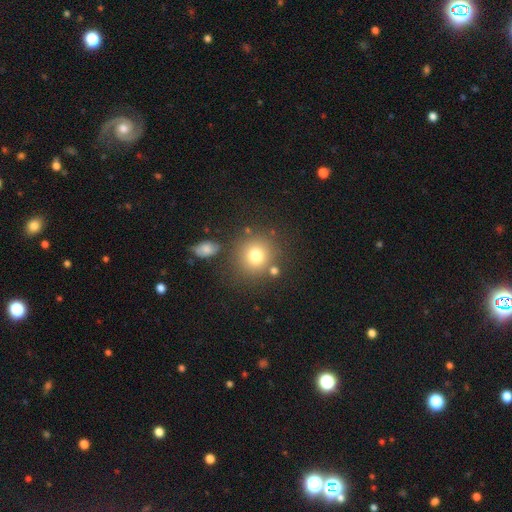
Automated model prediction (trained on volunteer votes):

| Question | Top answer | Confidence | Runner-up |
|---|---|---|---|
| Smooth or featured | smooth | 77% | star or artifact (13%) |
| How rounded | round | 88% | in between (11%) |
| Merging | none | 78% | minor disturbance (10%) |